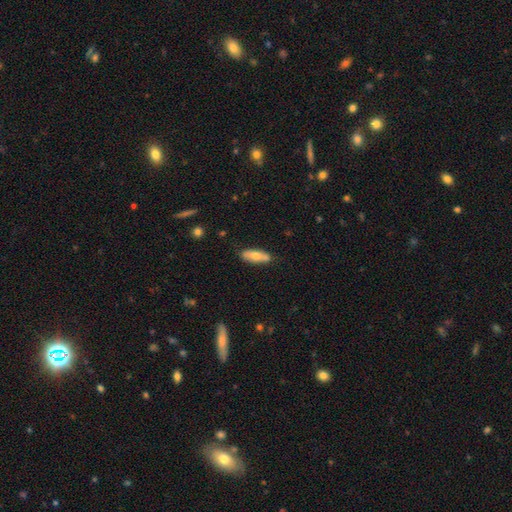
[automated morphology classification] Q: Smooth or featured?
A: smooth (65%); runner-up: featured or disk (29%)
Q: How rounded?
A: in between (66%); runner-up: cigar-shaped (32%)
Q: Merging?
A: none (74%); runner-up: minor disturbance (18%)